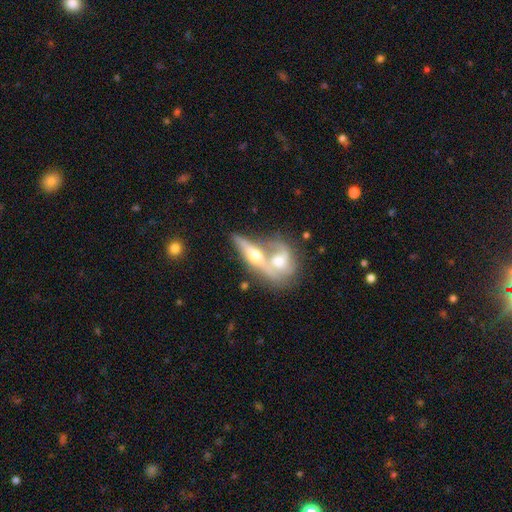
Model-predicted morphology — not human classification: Smooth or featured: featured or disk — 64% (smooth — 28%)
Edge-on disk: yes — 52% (no — 48%)
Merging: merger — 70% (none — 20%)